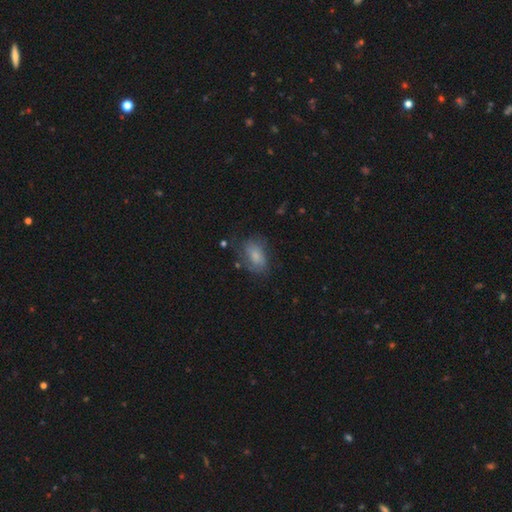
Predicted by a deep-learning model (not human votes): smooth-or-featured: smooth: 64% | featured or disk: 27% | star or artifact: 9%
  how-rounded: in between: 85% | round: 12% | cigar-shaped: 2%
  merging: none: 52% | minor disturbance: 28% | major disturbance: 17% | merger: 3%